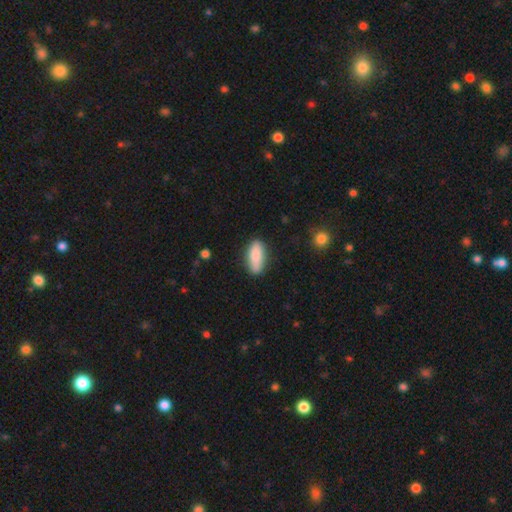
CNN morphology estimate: Q: Smooth or featured?
A: smooth (84%); runner-up: featured or disk (10%)
Q: How rounded?
A: in between (77%); runner-up: cigar-shaped (20%)
Q: Merging?
A: none (81%); runner-up: minor disturbance (15%)